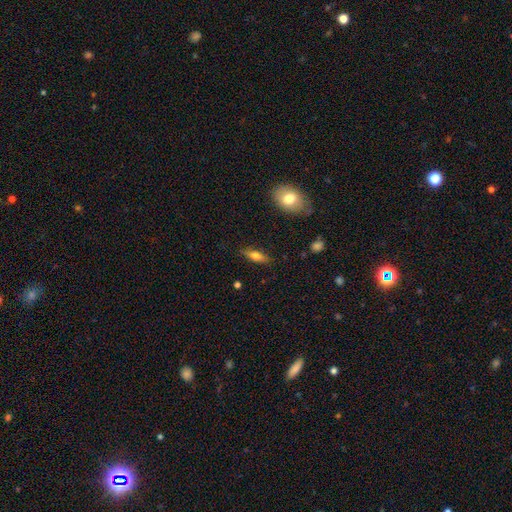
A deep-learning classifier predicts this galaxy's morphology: Q: Smooth or featured?
A: smooth (65%); runner-up: featured or disk (27%)
Q: How rounded?
A: in between (59%); runner-up: cigar-shaped (38%)
Q: Merging?
A: none (85%); runner-up: minor disturbance (11%)